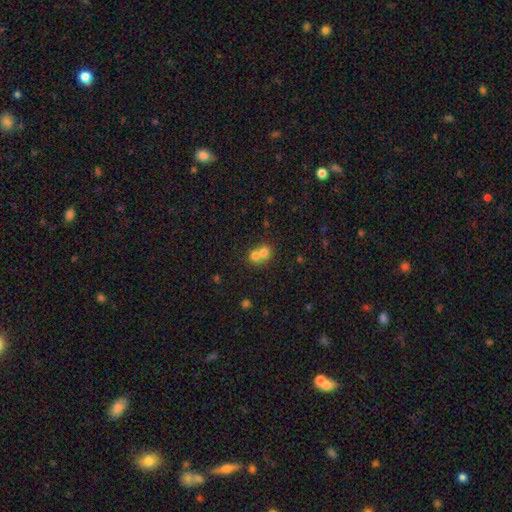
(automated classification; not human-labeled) Smooth or featured? smooth (71%)
How rounded? round (76%)
Merging? merger (69%)